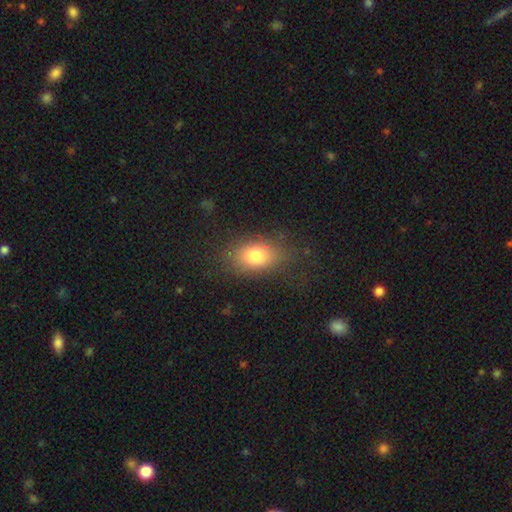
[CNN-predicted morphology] smooth 79%, featured or disk 11%, star or artifact 10%. Down the decision tree: how rounded — in between (78%); merging — none (76%).